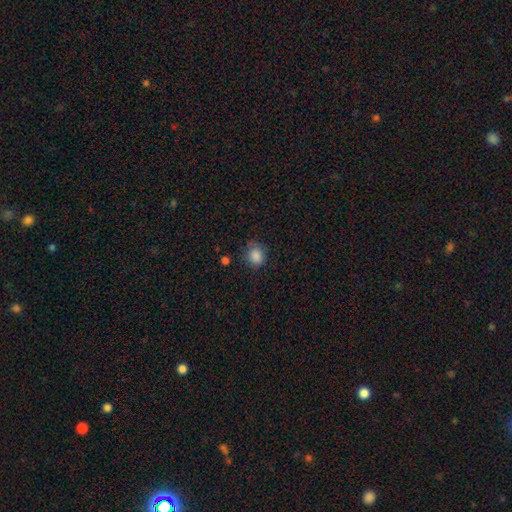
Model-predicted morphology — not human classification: Q: Smooth or featured?
A: smooth (86%); runner-up: star or artifact (10%)
Q: How rounded?
A: round (68%); runner-up: in between (31%)
Q: Merging?
A: none (68%); runner-up: minor disturbance (24%)